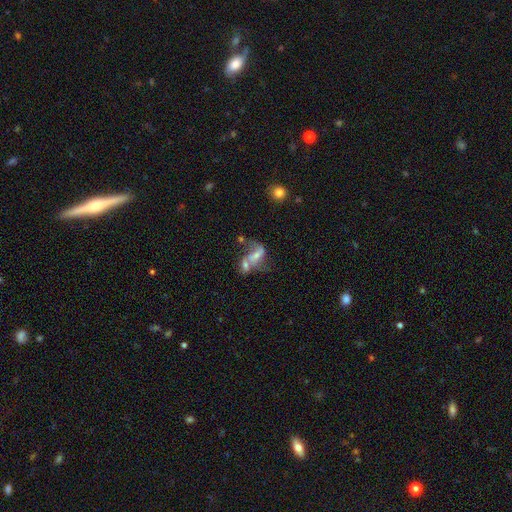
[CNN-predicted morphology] smooth_or_featured: featured or disk (p=0.61) [alt: smooth p=0.25]
disk_edge_on: no (p=0.94) [alt: yes p=0.06]
bar: no (p=0.49) [alt: weak p=0.33]
has_spiral_arms: yes (p=0.66) [alt: no p=0.34]
bulge_size: moderate (p=0.38) [tied with: small p=0.38]
merging: merger (p=0.49) [alt: none p=0.23]